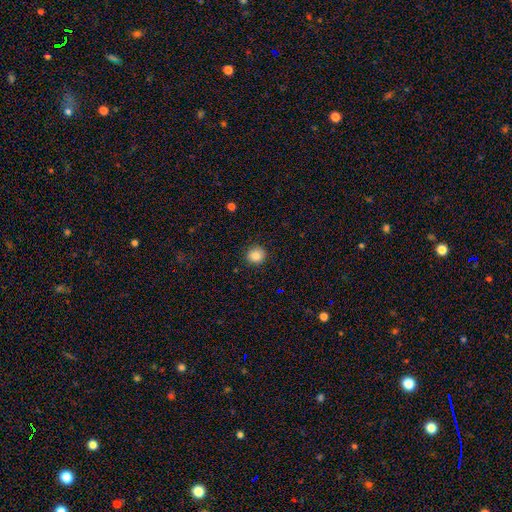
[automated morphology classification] Smooth or featured? smooth (85%)
How rounded? round (88%)
Merging? none (90%)